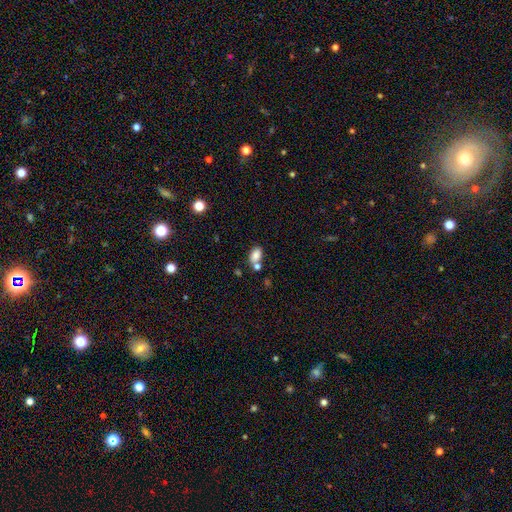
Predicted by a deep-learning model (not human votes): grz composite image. It shows a smooth galaxy with no disk features (82%) that is in between round and cigar-shaped (88%). Merging: none (52%).